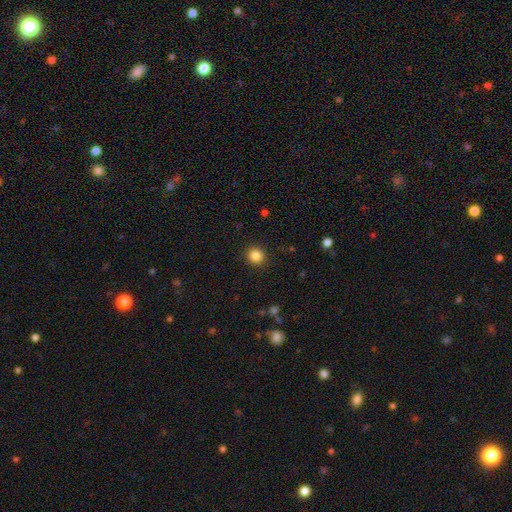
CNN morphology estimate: Smooth or featured? Predicted: smooth (p=0.85). How rounded? Predicted: round (p=0.93). Merging? Predicted: none (p=0.92).